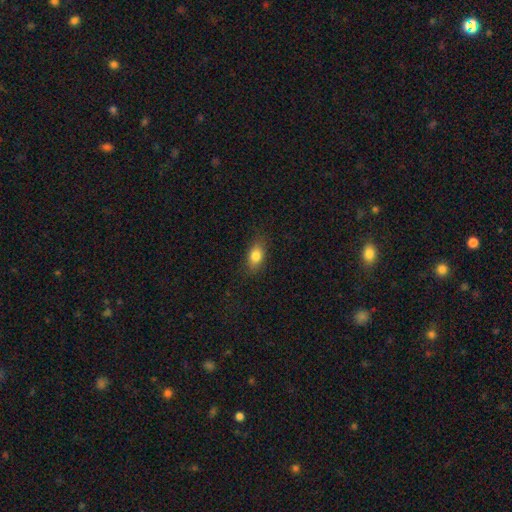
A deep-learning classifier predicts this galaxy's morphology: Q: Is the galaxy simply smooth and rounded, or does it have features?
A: smooth — 82%.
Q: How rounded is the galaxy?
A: in between — 83%.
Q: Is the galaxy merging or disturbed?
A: none — 83%.